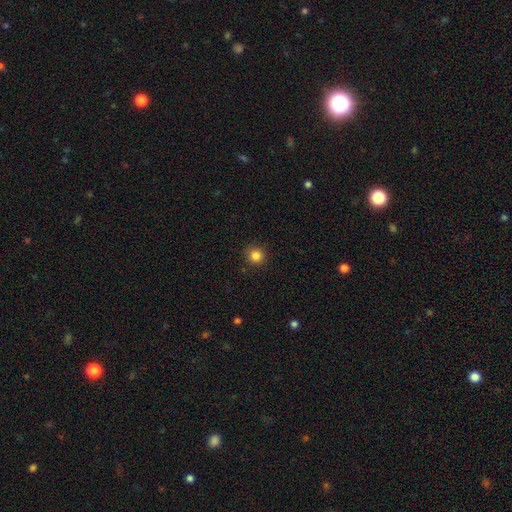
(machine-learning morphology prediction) The model was most divided on "smooth or featured": smooth: 84%, star or artifact: 12%, featured or disk: 4%. More confident: how rounded — round (92%); merging — none (90%).